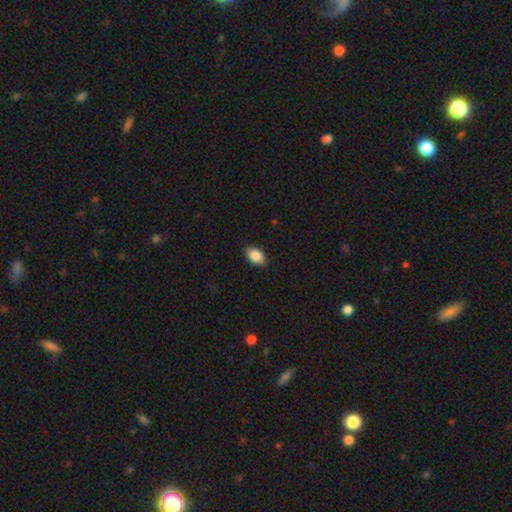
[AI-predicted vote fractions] A smooth galaxy with no disk features (86%) that is in between round and cigar-shaped (91%). Merging: none (89%).